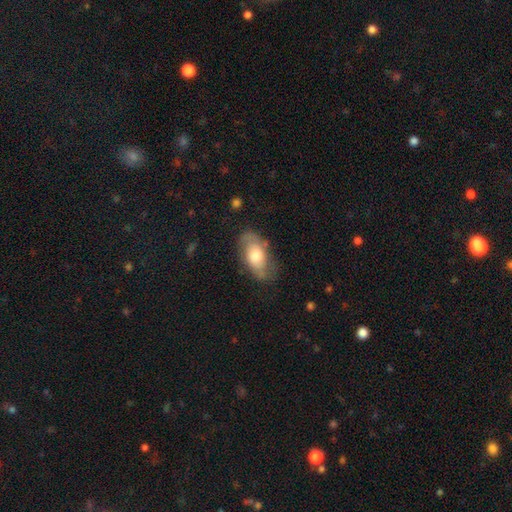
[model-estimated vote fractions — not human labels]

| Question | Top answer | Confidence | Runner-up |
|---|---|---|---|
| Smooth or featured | smooth | 53% | featured or disk (41%) |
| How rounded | in between | 91% | round (6%) |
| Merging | none | 67% | minor disturbance (23%) |